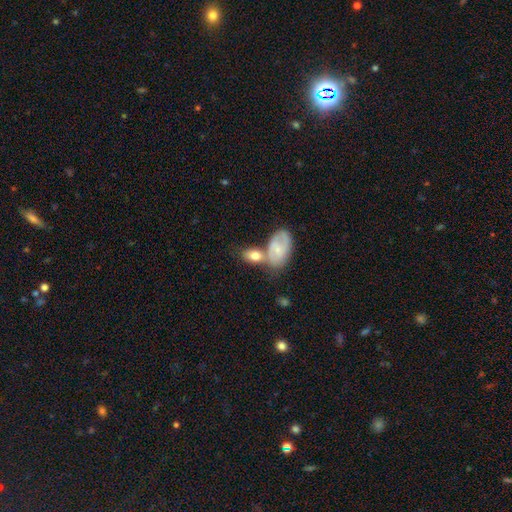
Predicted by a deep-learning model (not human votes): This is likely a smooth galaxy (70%). How rounded: clearly in between (84%). Merging: marginally merger (40%).